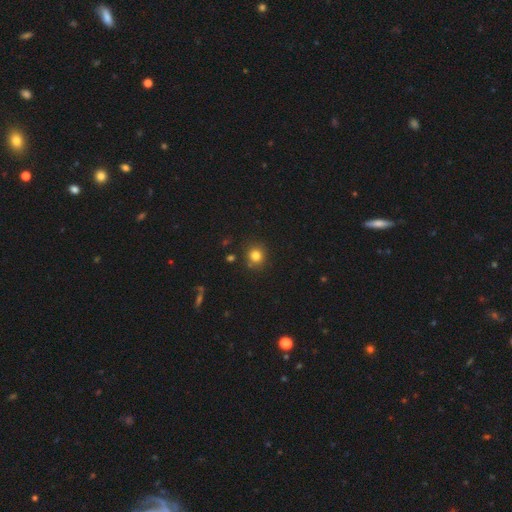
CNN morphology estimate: The model was most divided on "smooth or featured": smooth: 82%, star or artifact: 13%, featured or disk: 6%. More confident: how rounded — round (89%); merging — none (85%).